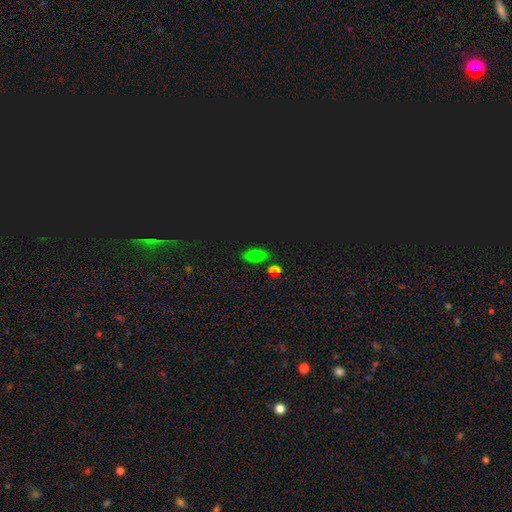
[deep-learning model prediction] Smooth or featured?
  - smooth: 63% *
  - star or artifact: 31%
  - featured or disk: 6%
How rounded?
  - in between: 84% *
  - round: 11%
  - cigar-shaped: 5%
Merging?
  - none: 81% *
  - minor disturbance: 11%
  - merger: 4%
  - major disturbance: 3%